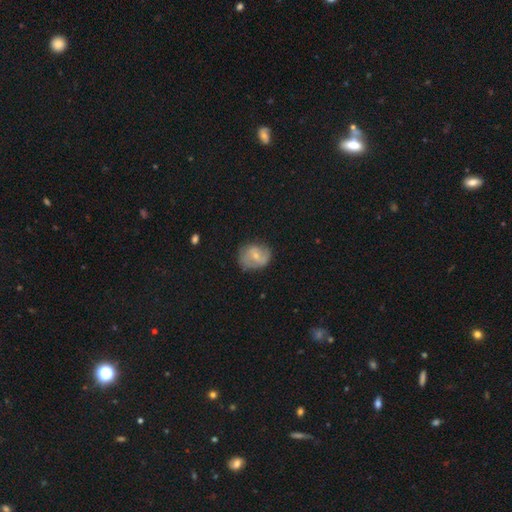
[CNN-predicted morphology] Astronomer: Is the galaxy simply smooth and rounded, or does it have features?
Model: featured or disk — 51% (runner-up: smooth, 42%).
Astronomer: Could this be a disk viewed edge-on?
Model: no — 97%.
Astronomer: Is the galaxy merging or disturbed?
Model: none — 64%.